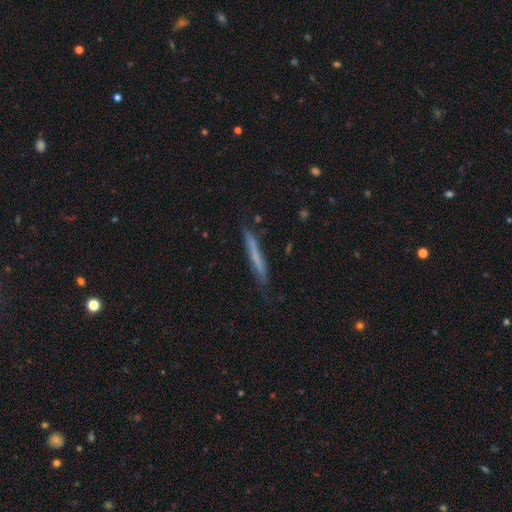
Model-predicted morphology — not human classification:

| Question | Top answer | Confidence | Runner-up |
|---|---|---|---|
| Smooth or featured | smooth | 59% | featured or disk (34%) |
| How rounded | cigar-shaped | 96% | in between (2%) |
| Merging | none | 82% | minor disturbance (14%) |